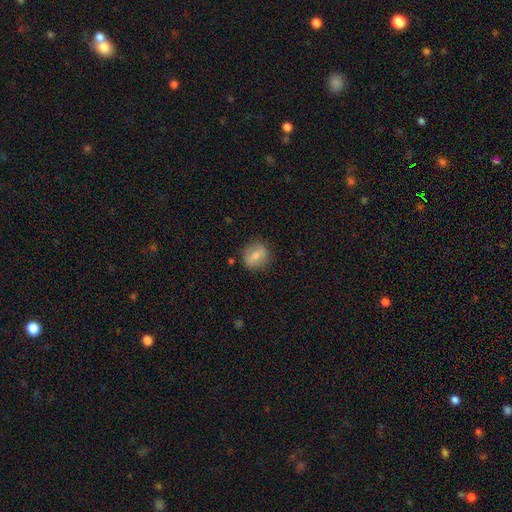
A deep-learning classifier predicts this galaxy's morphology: A smooth galaxy with no disk features (75%) that is round (73%).

Vote fractions:
- Smooth or featured? smooth: 75% / featured or disk: 17% / star or artifact: 8%
- How rounded? round: 73% / in between: 25% / cigar-shaped: 2%
- Merging? none: 82% / minor disturbance: 13% / major disturbance: 4% / merger: 2%